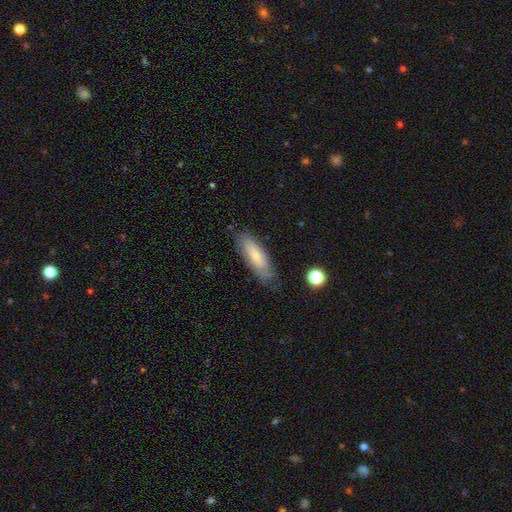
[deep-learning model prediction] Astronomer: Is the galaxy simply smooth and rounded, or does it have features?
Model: smooth — 70%.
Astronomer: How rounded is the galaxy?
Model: cigar-shaped — 52% (runner-up: in between, 47%).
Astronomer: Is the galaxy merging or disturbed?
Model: none — 71%.